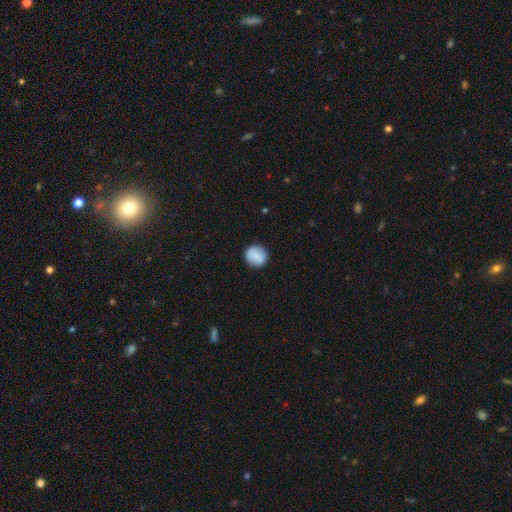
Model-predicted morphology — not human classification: Smooth or featured: smooth — 86% (star or artifact — 7%)
How rounded: round — 89% (in between — 10%)
Merging: none — 89% (minor disturbance — 8%)